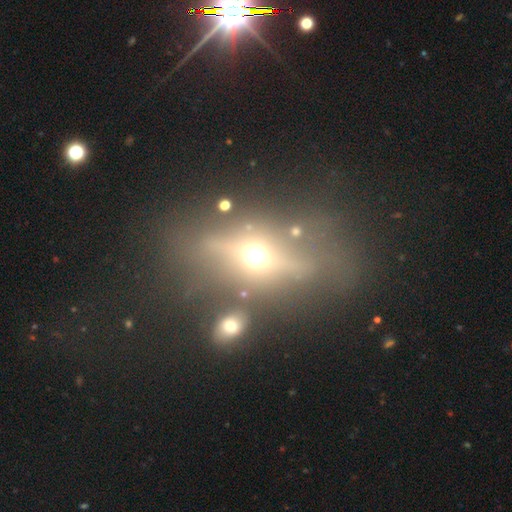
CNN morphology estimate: Smooth or featured?
  - featured or disk: 54% *
  - smooth: 29%
  - star or artifact: 17%
Edge-on disk?
  - yes: 61% *
  - no: 39%
Merging?
  - none: 60% *
  - minor disturbance: 16%
  - major disturbance: 16%
  - merger: 9%